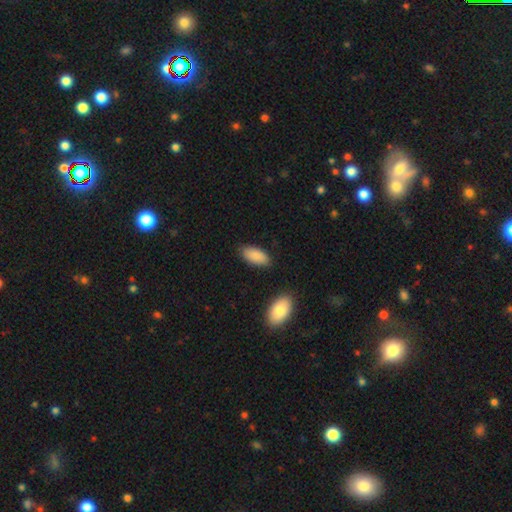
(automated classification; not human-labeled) smooth 87%, featured or disk 7%, star or artifact 6%. Down the decision tree: how rounded — in between (91%); merging — none (83%).